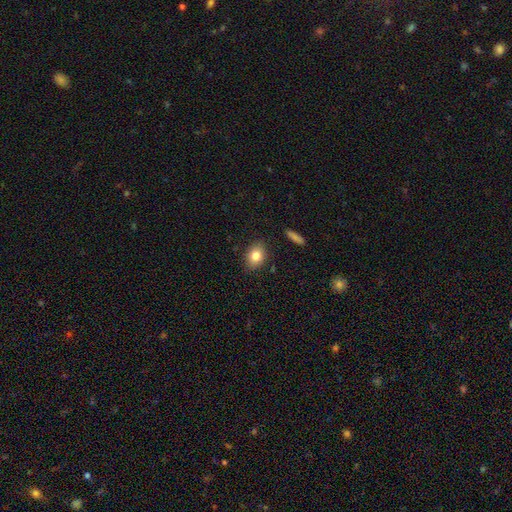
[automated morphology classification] Smooth or featured: smooth — 81% (featured or disk — 10%)
How rounded: in between — 68% (round — 30%)
Merging: none — 85% (minor disturbance — 11%)